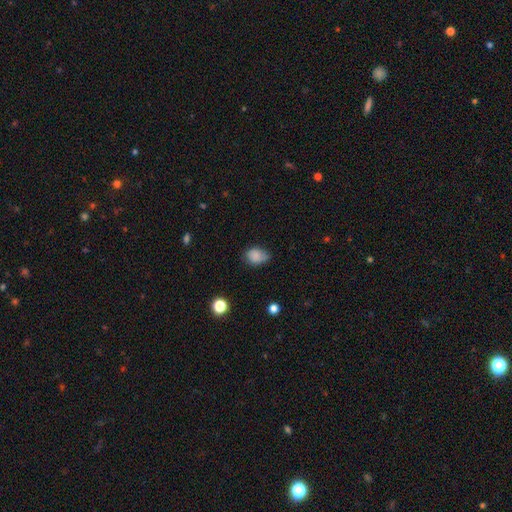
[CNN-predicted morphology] Smooth or featured? smooth (81%)
How rounded? in between (64%)
Merging? none (50%)